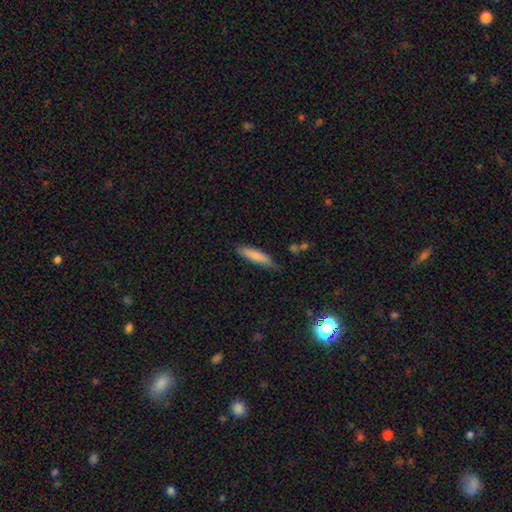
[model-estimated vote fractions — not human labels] Smooth or featured: smooth — 82% (featured or disk — 12%)
How rounded: cigar-shaped — 76% (in between — 23%)
Merging: none — 73% (minor disturbance — 22%)